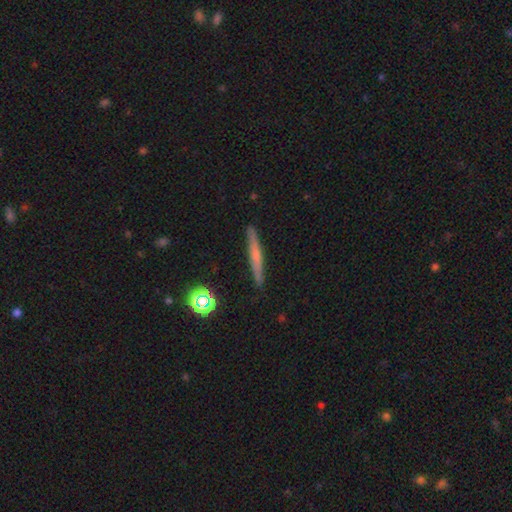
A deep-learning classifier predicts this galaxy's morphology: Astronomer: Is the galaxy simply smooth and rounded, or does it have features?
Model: featured or disk — 48% (runner-up: smooth, 43%).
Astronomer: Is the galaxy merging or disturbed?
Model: none — 89%.